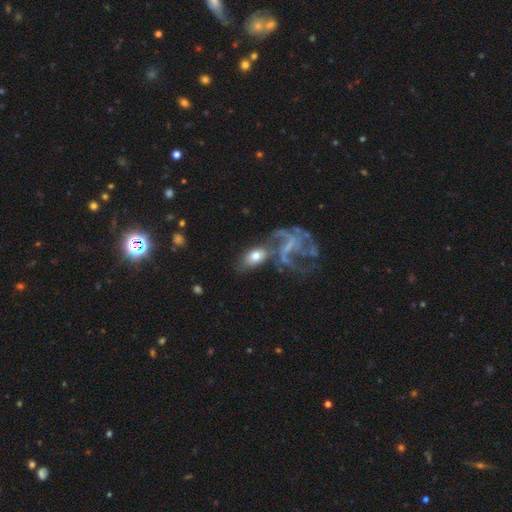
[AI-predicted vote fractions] Morphology: type=smooth (54%); roundness=in between (87%); merging=none (42%).